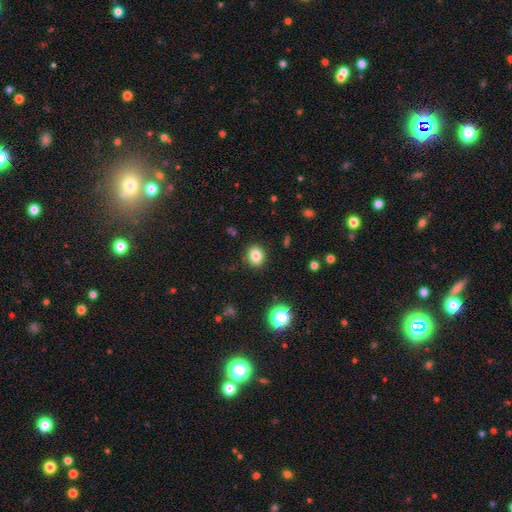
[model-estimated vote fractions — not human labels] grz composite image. It shows a smooth galaxy with no disk features (82%) that is round (64%). Merging: none (89%).